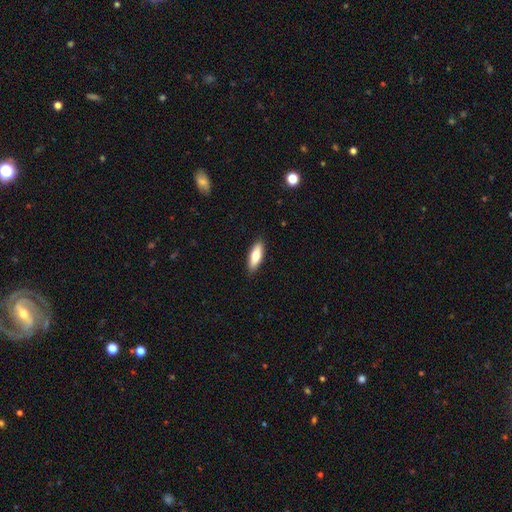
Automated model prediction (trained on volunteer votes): Smooth or featured: smooth — 76% (featured or disk — 18%)
How rounded: in between — 63% (cigar-shaped — 35%)
Merging: none — 89% (minor disturbance — 8%)